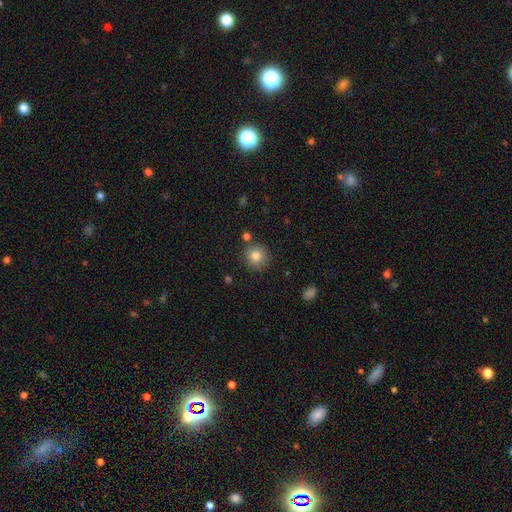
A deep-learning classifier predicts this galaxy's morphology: Smooth or featured?
  - smooth: 81% *
  - star or artifact: 11%
  - featured or disk: 8%
How rounded?
  - round: 91% *
  - in between: 8%
  - cigar-shaped: 1%
Merging?
  - none: 83% *
  - minor disturbance: 9%
  - merger: 6%
  - major disturbance: 3%